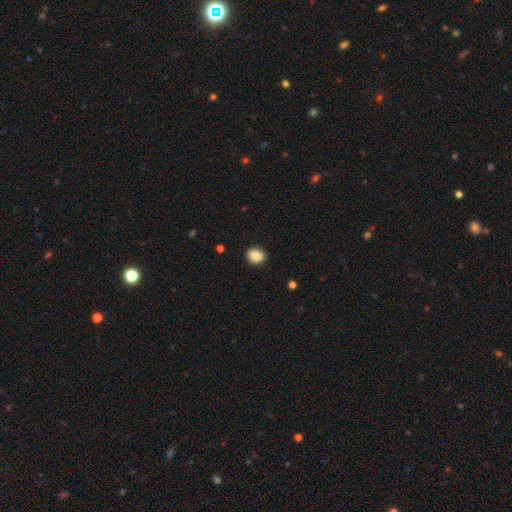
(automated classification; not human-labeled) Q: Smooth or featured?
A: smooth (89%); runner-up: star or artifact (8%)
Q: How rounded?
A: round (67%); runner-up: in between (32%)
Q: Merging?
A: none (89%); runner-up: minor disturbance (8%)